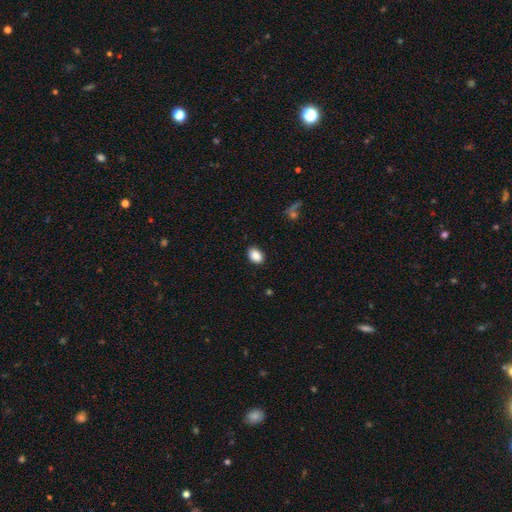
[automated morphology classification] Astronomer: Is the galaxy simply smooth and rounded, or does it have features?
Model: smooth — 89%.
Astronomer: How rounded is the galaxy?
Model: in between — 82%.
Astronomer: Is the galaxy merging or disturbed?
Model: none — 88%.